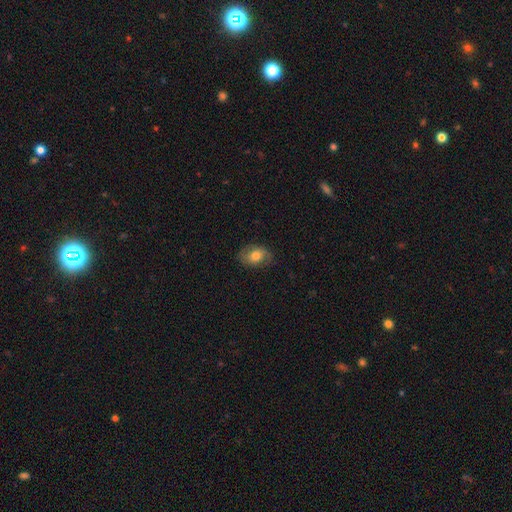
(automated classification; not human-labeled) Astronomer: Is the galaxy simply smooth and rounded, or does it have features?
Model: smooth — 61%.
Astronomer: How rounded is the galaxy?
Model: in between — 75%.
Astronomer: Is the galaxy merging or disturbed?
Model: none — 78%.